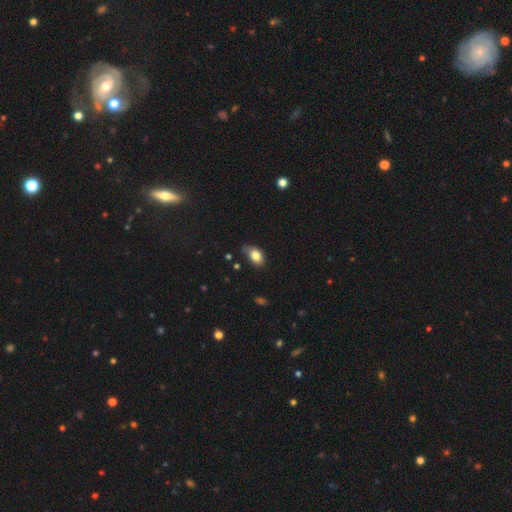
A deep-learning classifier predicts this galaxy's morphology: Smooth or featured?
  - smooth: 80% *
  - featured or disk: 11%
  - star or artifact: 8%
How rounded?
  - in between: 85% *
  - round: 14%
  - cigar-shaped: 2%
Merging?
  - none: 51% *
  - minor disturbance: 37%
  - major disturbance: 10%
  - merger: 3%